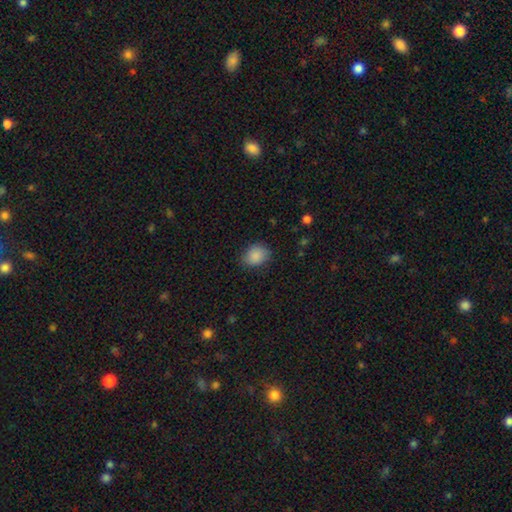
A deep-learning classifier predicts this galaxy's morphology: Smooth or featured? Predicted: smooth (p=0.88). How rounded? Predicted: in between (p=0.52). Merging? Predicted: none (p=0.81).